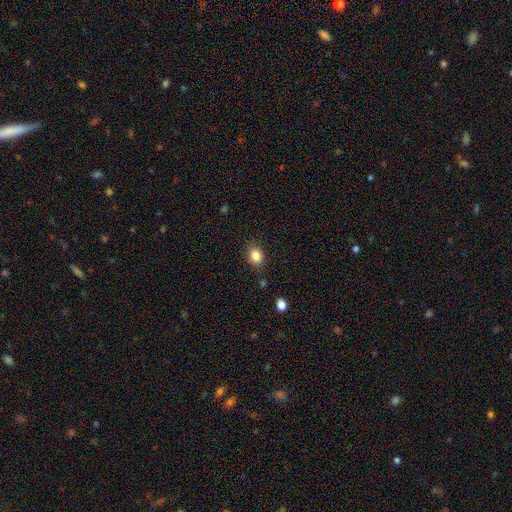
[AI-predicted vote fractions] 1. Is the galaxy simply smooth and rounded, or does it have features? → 84% smooth, 10% star or artifact, 5% featured or disk.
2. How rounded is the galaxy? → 56% round, 43% in between, 1% cigar-shaped.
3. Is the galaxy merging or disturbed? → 84% none, 11% minor disturbance, 3% major disturbance, 2% merger.